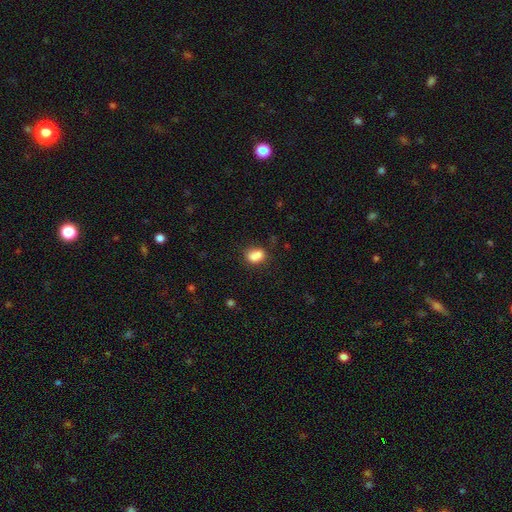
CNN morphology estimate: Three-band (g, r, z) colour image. It shows a smooth galaxy with no disk features (82%) that is in between round and cigar-shaped (68%). Merging: none (54%).